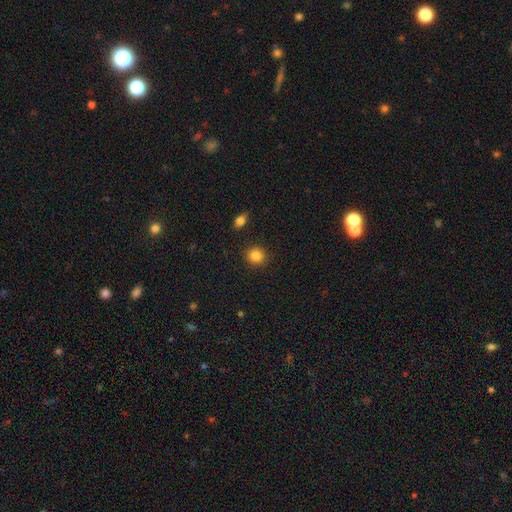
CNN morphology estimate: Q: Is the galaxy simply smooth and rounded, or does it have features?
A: smooth — 85%.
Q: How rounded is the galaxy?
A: round — 87%.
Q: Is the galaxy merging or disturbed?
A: none — 91%.